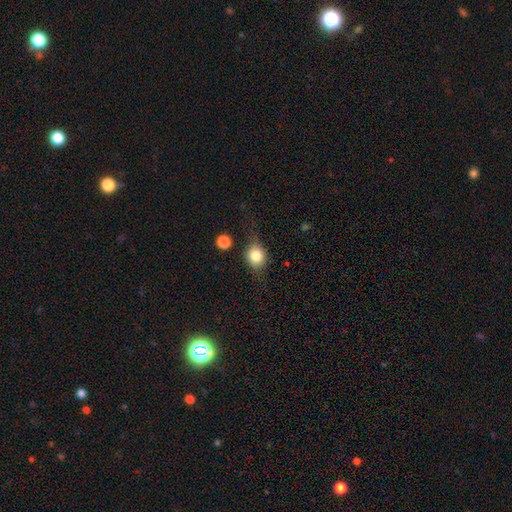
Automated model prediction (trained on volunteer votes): smooth 73%, featured or disk 17%, star or artifact 10%. Down the decision tree: how rounded — round (63%); merging — none (63%).